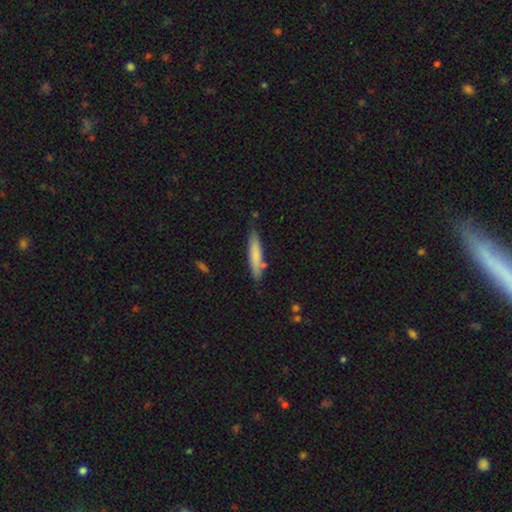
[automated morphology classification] This is likely a smooth galaxy (75%). How rounded: clearly cigar-shaped (86%). Merging: likely none (78%).